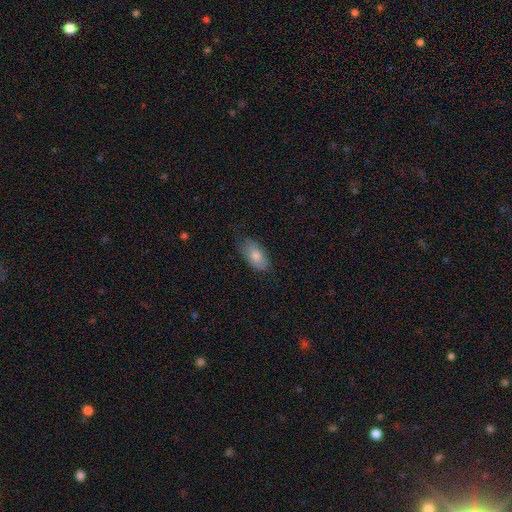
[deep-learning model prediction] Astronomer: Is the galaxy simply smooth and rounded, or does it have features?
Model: smooth — 73%.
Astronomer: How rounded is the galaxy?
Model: in between — 91%.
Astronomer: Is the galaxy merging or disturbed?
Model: none — 67%.